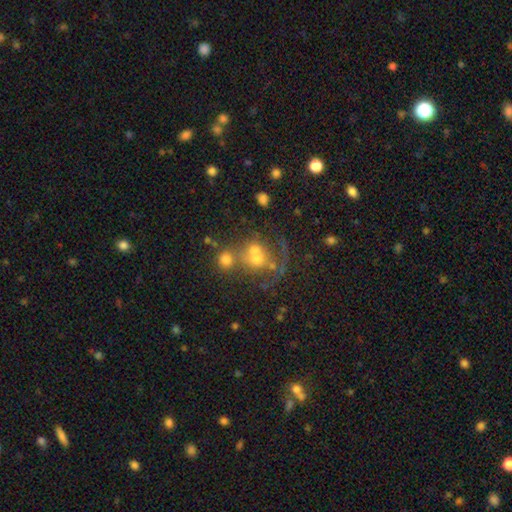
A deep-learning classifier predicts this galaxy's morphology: This is possibly a smooth galaxy (46%). Merging: possibly merger (51%).